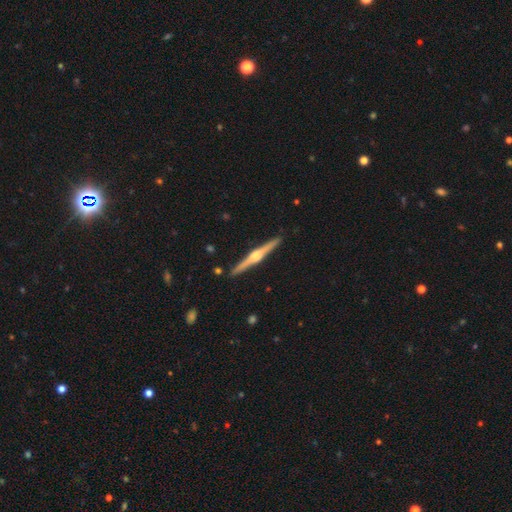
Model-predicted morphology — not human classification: Overall: featured or disk (83%). Edge-on disk: yes (99%). Edge-on bulge: rounded (90%). Merging: none (92%).